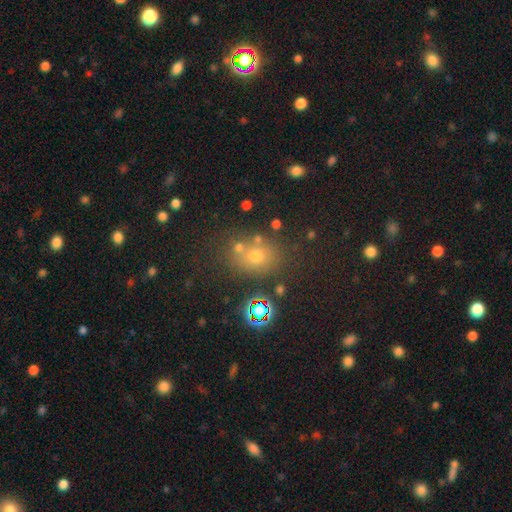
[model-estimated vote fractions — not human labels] Overall: smooth (58%; star or artifact 28%). How rounded: round (58%; in between 40%). Merging: none (67%).